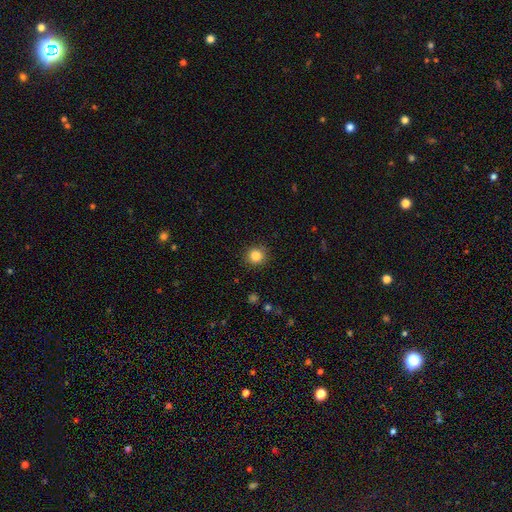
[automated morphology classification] Smooth or featured? smooth (85%)
How rounded? round (92%)
Merging? none (90%)